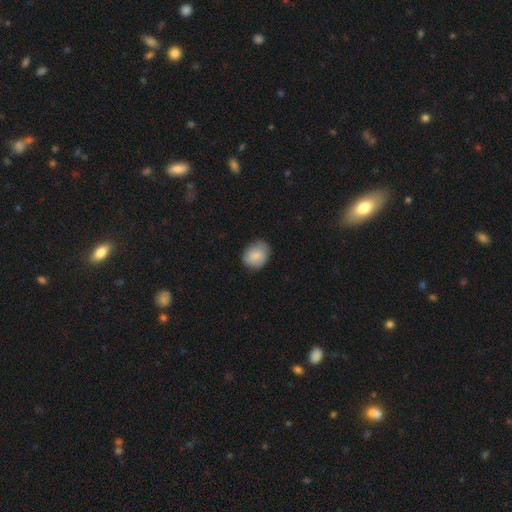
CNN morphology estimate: Q: Smooth or featured?
A: smooth (83%); runner-up: featured or disk (10%)
Q: How rounded?
A: round (52%); runner-up: in between (47%)
Q: Merging?
A: none (73%); runner-up: minor disturbance (22%)